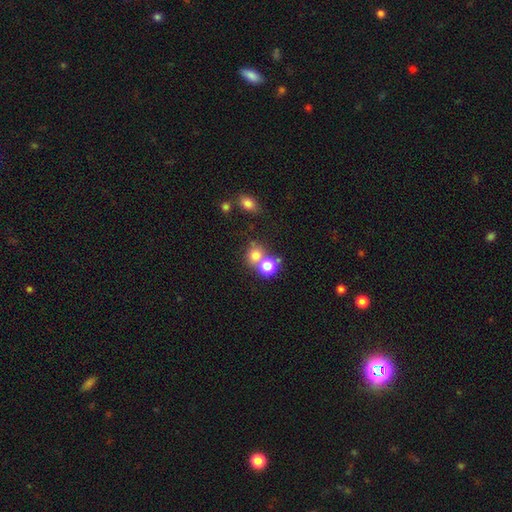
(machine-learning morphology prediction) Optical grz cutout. It shows a smooth galaxy with no disk features (74%) that is round (79%). Merging: none (47%).